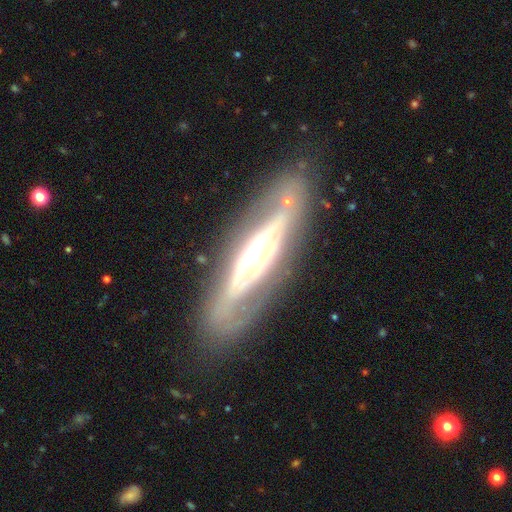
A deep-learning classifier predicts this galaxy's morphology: Smooth or featured? Predicted: featured or disk (p=0.78). Edge-on disk? Predicted: no (p=0.51). Merging? Predicted: none (p=0.77).